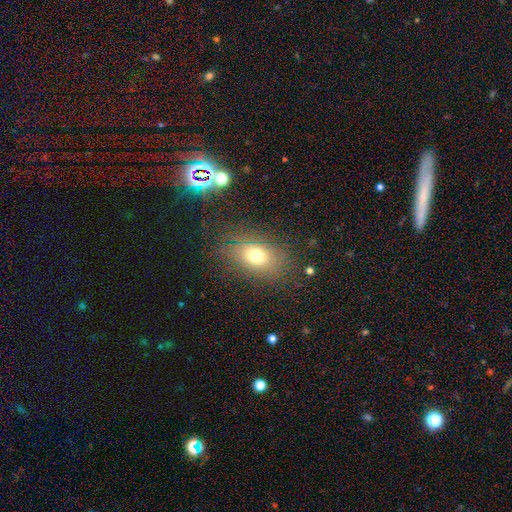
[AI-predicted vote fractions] smooth-or-featured: smooth: 70% | featured or disk: 16% | star or artifact: 15%
  how-rounded: in between: 79% | round: 18% | cigar-shaped: 3%
  merging: none: 80% | minor disturbance: 12% | major disturbance: 6% | merger: 2%